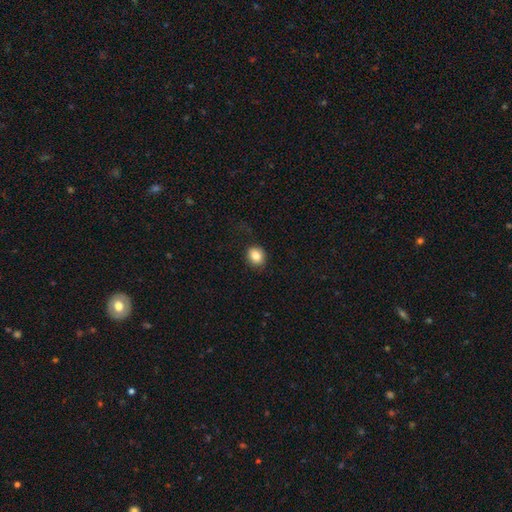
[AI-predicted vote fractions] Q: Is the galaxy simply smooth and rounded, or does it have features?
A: smooth — 84%.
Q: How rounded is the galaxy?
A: round — 65%.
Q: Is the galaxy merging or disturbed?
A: none — 81%.